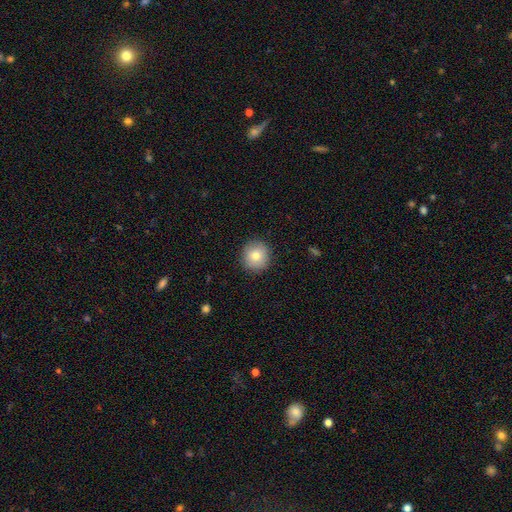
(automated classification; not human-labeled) The model was most divided on "smooth or featured": smooth: 79%, featured or disk: 12%, star or artifact: 9%. More confident: how rounded — round (93%); merging — none (91%).